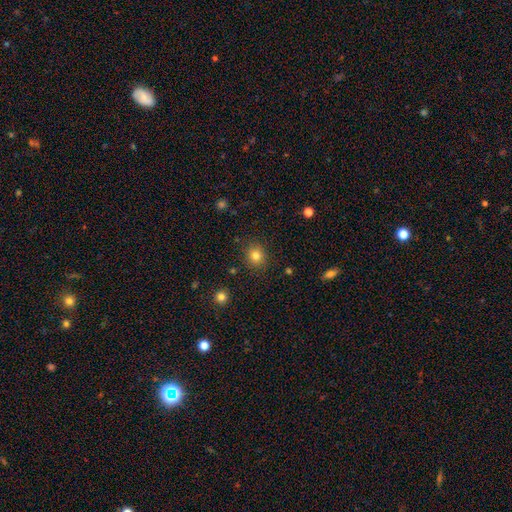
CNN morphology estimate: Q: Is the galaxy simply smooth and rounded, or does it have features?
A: smooth — 82%.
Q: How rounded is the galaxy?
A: round — 83%.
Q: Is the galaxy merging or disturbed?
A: none — 88%.